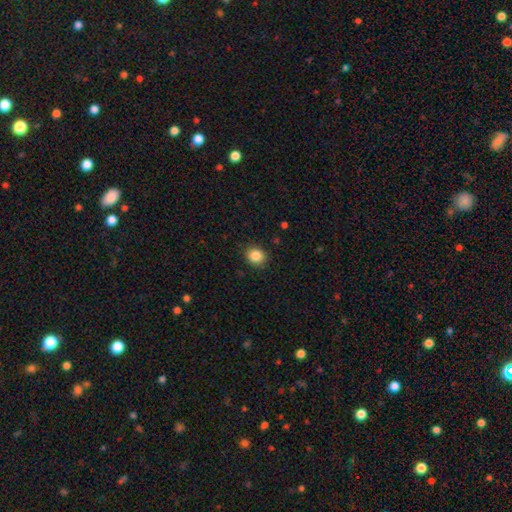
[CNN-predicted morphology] The model was most divided on "how rounded": round: 78%, in between: 21%, cigar-shaped: 1%. More confident: merging — none (89%); smooth or featured — smooth (85%).